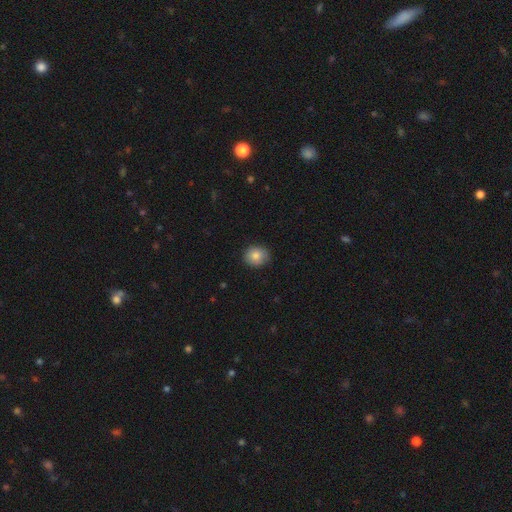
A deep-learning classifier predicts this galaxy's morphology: Smooth or featured? smooth (83%)
How rounded? round (71%)
Merging? none (84%)